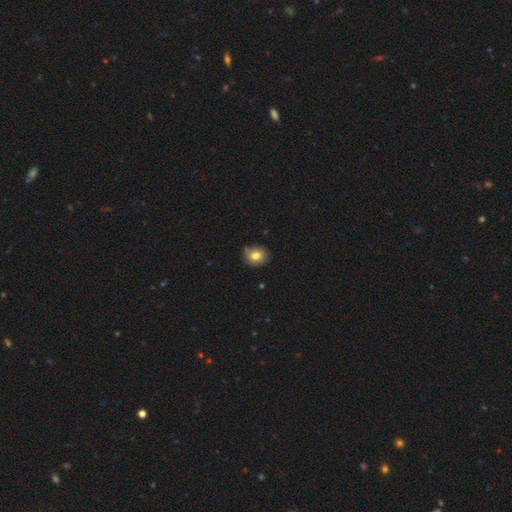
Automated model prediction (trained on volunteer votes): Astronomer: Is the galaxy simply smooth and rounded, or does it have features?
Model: smooth — 79%.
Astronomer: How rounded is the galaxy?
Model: round — 65%.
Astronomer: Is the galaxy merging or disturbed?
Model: none — 76%.